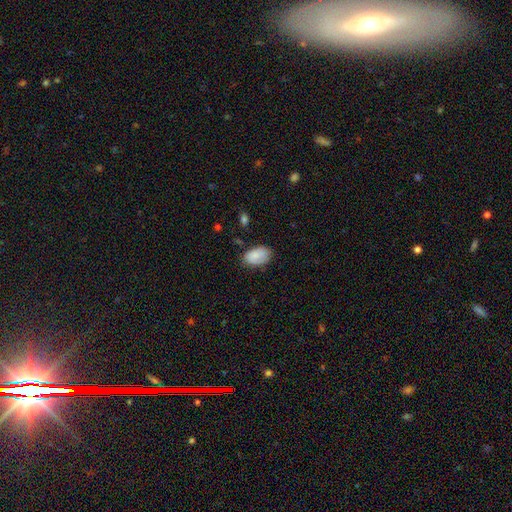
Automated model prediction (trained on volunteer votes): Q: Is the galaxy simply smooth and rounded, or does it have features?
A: smooth — 85%.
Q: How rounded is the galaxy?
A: in between — 92%.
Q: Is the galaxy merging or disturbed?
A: none — 73%.